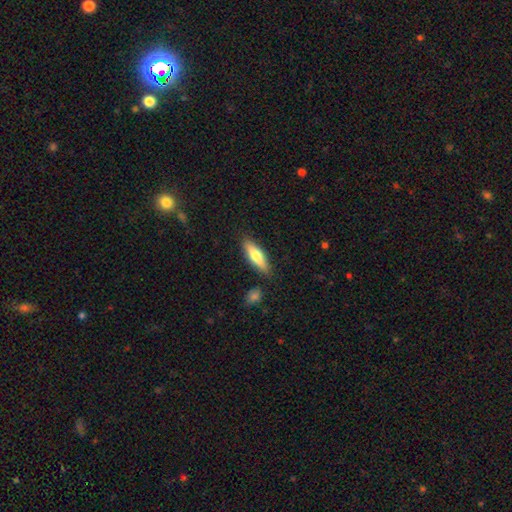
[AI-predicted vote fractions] The model was most divided on "how rounded": cigar-shaped: 60%, in between: 38%, round: 2%. More confident: merging — none (84%); smooth or featured — smooth (67%).